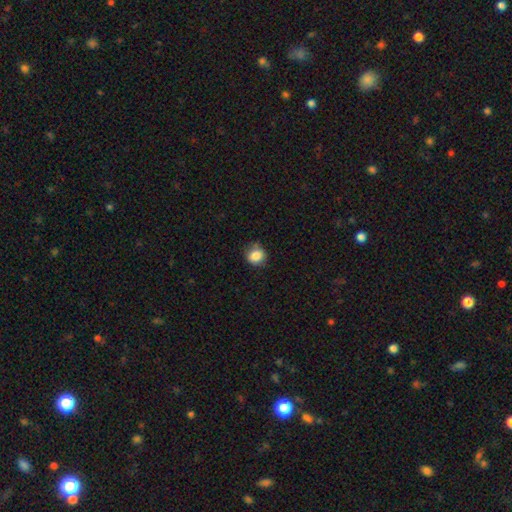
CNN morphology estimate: Smooth or featured? smooth (86%)
How rounded? round (81%)
Merging? none (70%)